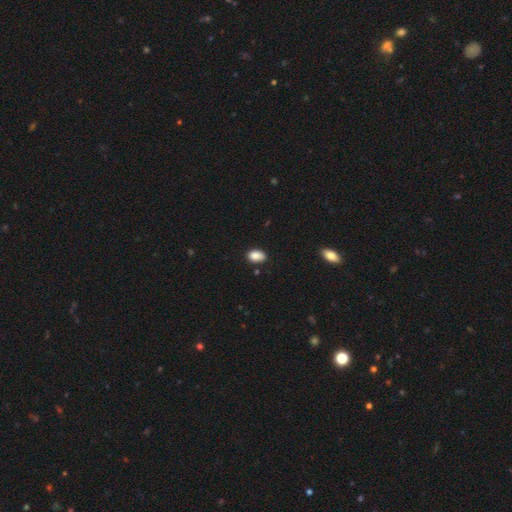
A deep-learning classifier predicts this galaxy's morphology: type=smooth (87%); roundness=in between (87%); merging=none (83%).